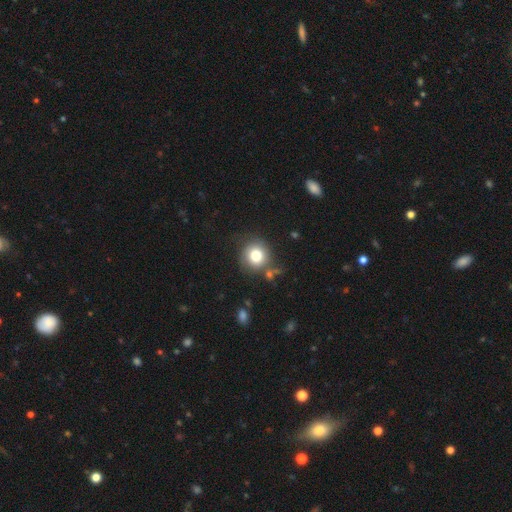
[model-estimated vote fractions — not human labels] smooth 79%, star or artifact 11%, featured or disk 10%. Down the decision tree: how rounded — round (90%); merging — none (76%).